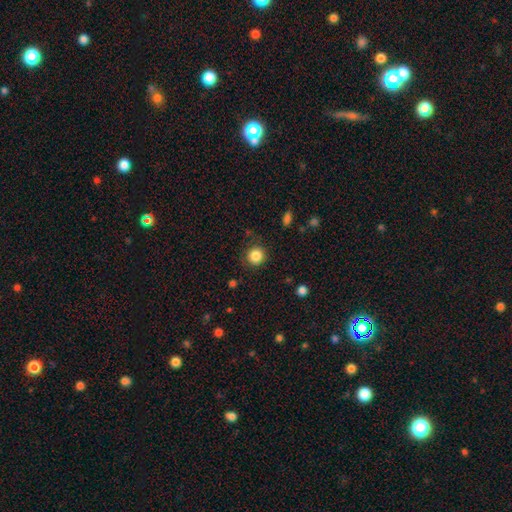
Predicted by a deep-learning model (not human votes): smooth-or-featured: smooth: 85% | star or artifact: 11% | featured or disk: 4%
  how-rounded: round: 93% | in between: 6% | cigar-shaped: 1%
  merging: none: 87% | minor disturbance: 9% | major disturbance: 3% | merger: 1%